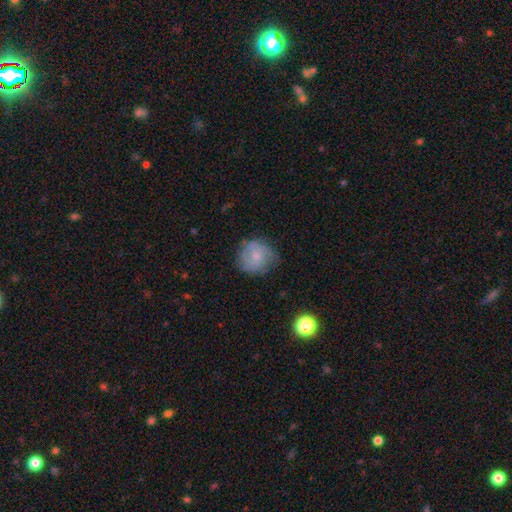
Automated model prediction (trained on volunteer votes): Smooth or featured: smooth — 61% (featured or disk — 31%)
How rounded: round — 86% (in between — 13%)
Merging: none — 65% (minor disturbance — 25%)